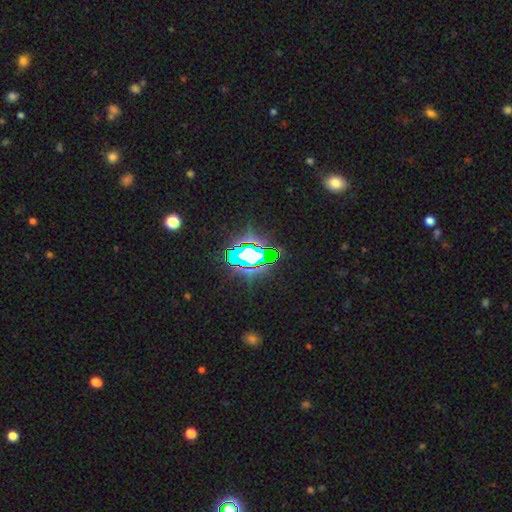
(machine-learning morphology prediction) type=star or artifact (81%).